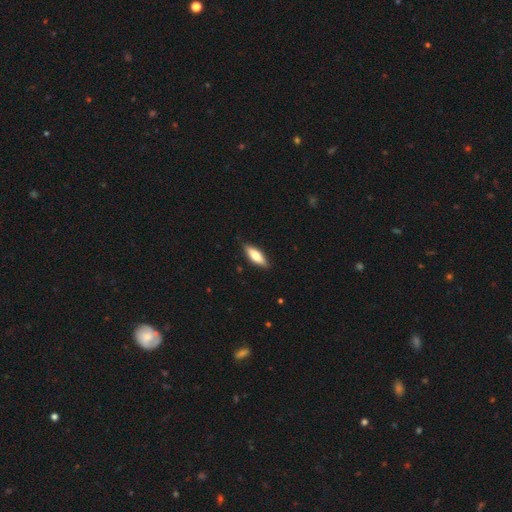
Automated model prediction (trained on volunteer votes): A smooth galaxy with no disk features (69%) that is in between round and cigar-shaped (56%).

Vote fractions:
- Smooth or featured? smooth: 69% / featured or disk: 25% / star or artifact: 6%
- How rounded? in between: 56% / cigar-shaped: 42% / round: 2%
- Merging? none: 87% / minor disturbance: 10% / major disturbance: 2% / merger: 1%